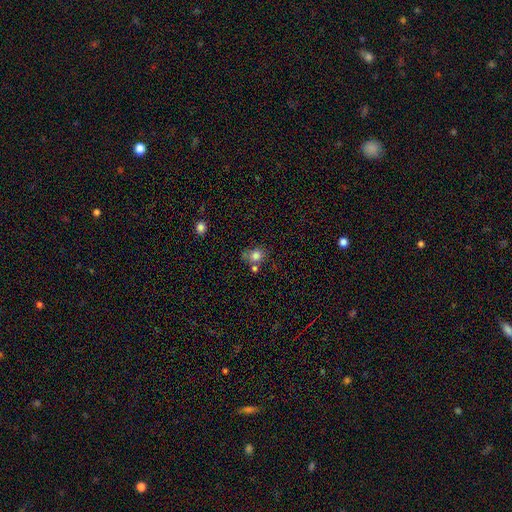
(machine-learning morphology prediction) This is likely a smooth galaxy (79%). How rounded: likely round (70%). Merging: possibly none (57%).